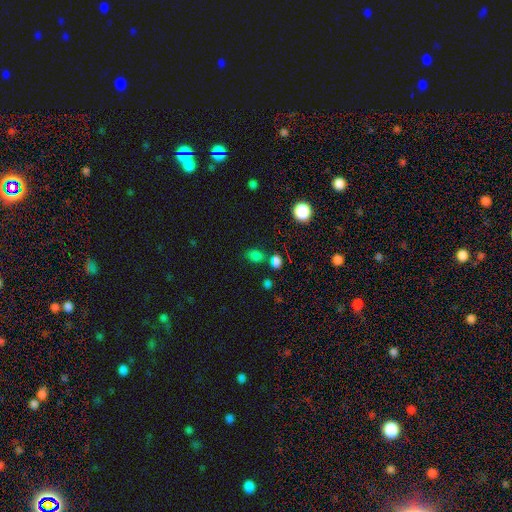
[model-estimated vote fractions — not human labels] Smooth or featured? Predicted: smooth (p=0.72). How rounded? Predicted: in between (p=0.64). Merging? Predicted: none (p=0.72).